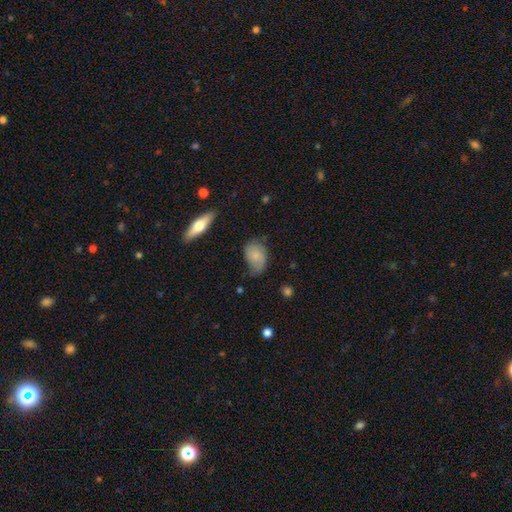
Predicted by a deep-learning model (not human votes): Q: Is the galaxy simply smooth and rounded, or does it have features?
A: smooth — 61%.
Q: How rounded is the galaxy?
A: in between — 84%.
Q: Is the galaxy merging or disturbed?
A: none — 51%.